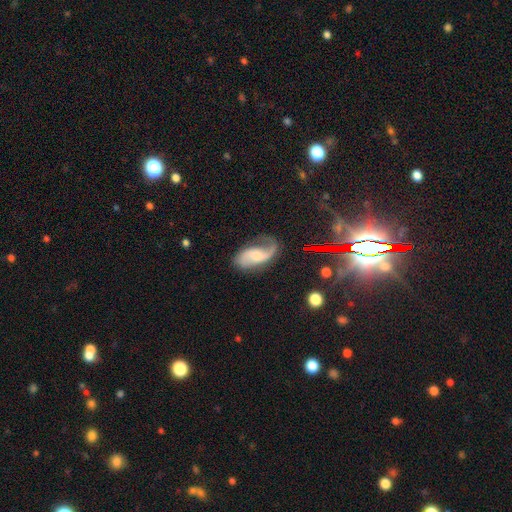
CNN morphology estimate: This is likely a featured or disk galaxy (77%). It is clearly not viewed edge-on (97%). Bar: possibly no (50%). Spiral arm pattern: clearly yes (95%). Spiral arm count: likely 2 (72%). Spiral winding: possibly loose (58%). Central bulge: marginally moderate (36%). Merging: possibly none (57%).